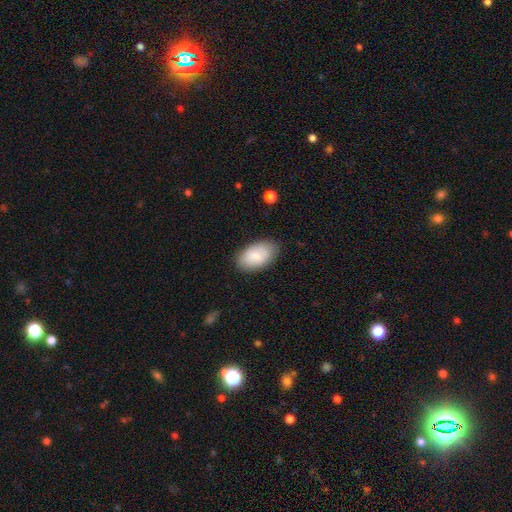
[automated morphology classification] type=smooth (81%); roundness=in between (94%); merging=none (84%).